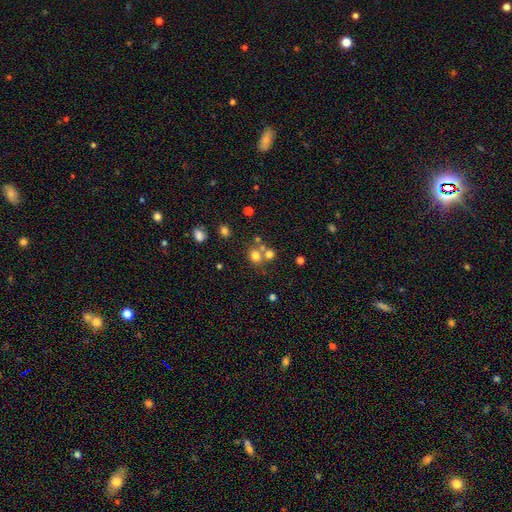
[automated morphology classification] type=smooth (71%); roundness=round (73%); merging=none (51%).